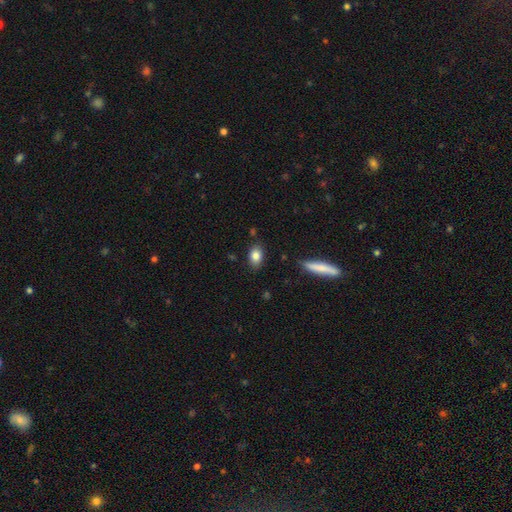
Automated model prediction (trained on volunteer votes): Smooth or featured? Predicted: smooth (p=0.82). How rounded? Predicted: in between (p=0.81). Merging? Predicted: none (p=0.83).